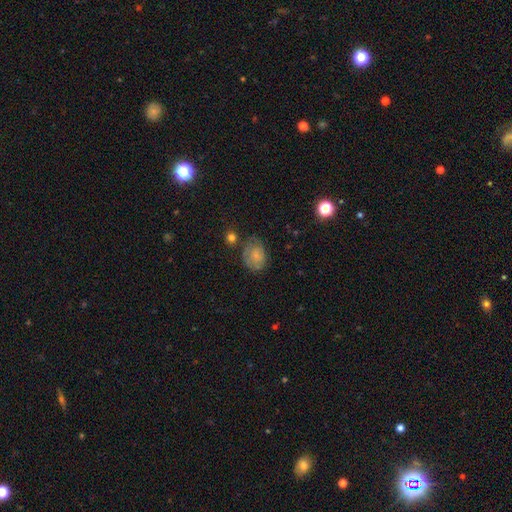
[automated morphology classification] type=smooth (61%); roundness=in between (64%); merging=none (58%).